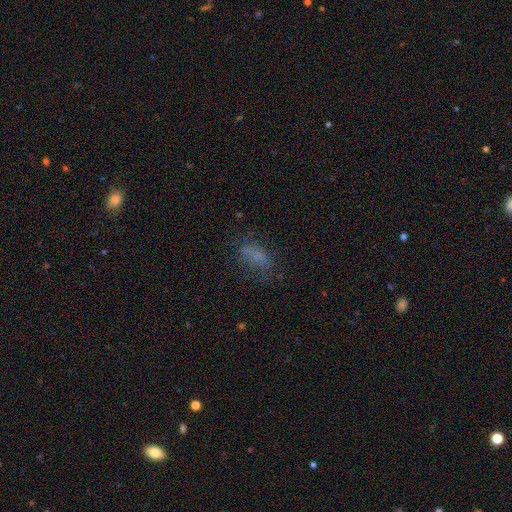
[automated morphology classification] type=smooth (66%); roundness=in between (80%); merging=none (55%).